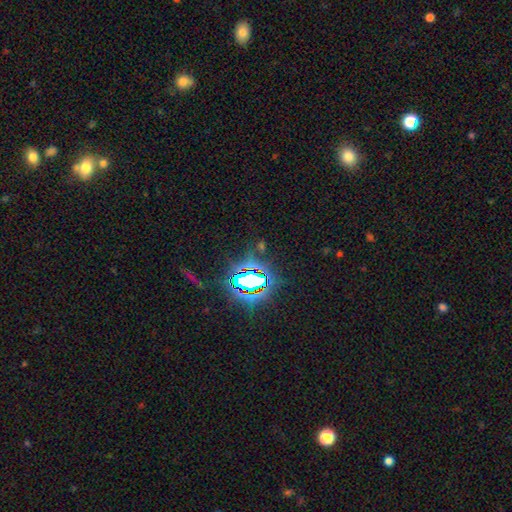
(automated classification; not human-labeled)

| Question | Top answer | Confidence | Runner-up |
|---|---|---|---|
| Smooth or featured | star or artifact | 81% | smooth (12%) |